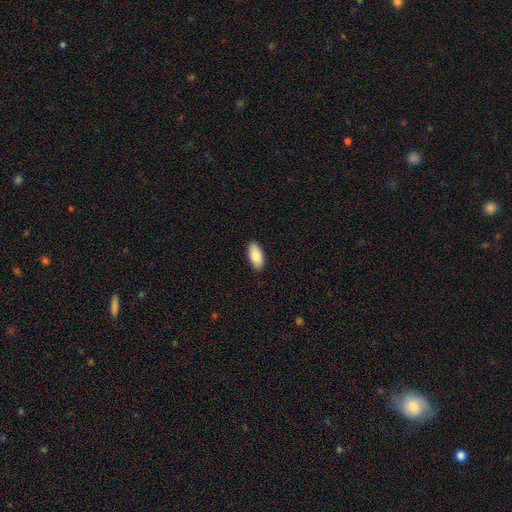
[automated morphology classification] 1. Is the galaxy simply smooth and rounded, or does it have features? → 88% smooth, 6% featured or disk, 6% star or artifact.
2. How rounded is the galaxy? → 90% in between, 8% cigar-shaped, 2% round.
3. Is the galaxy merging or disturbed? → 90% none, 8% minor disturbance, 2% major disturbance, 1% merger.